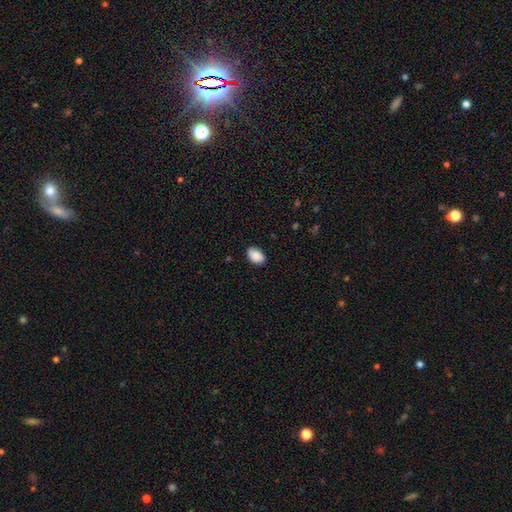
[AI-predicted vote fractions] Smooth or featured?
  - smooth: 90% *
  - star or artifact: 7%
  - featured or disk: 4%
How rounded?
  - in between: 89% *
  - round: 10%
  - cigar-shaped: 1%
Merging?
  - none: 86% *
  - minor disturbance: 10%
  - major disturbance: 2%
  - merger: 1%